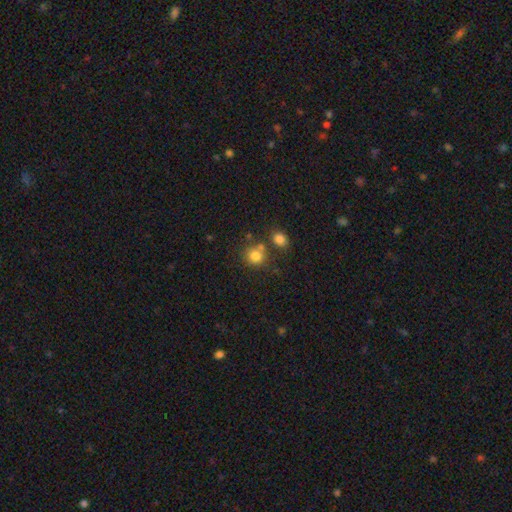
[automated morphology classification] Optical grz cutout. It shows a smooth galaxy with no disk features (80%) that is round (84%). Merging: none (65%).